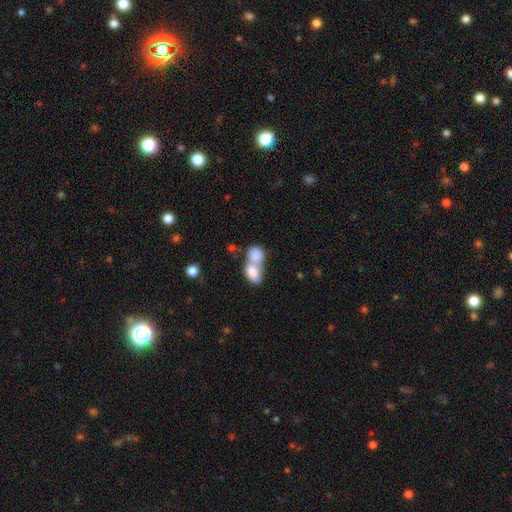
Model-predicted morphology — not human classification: A smooth galaxy with no disk features (80%) that is in between round and cigar-shaped (73%). Merging: merger (76%).